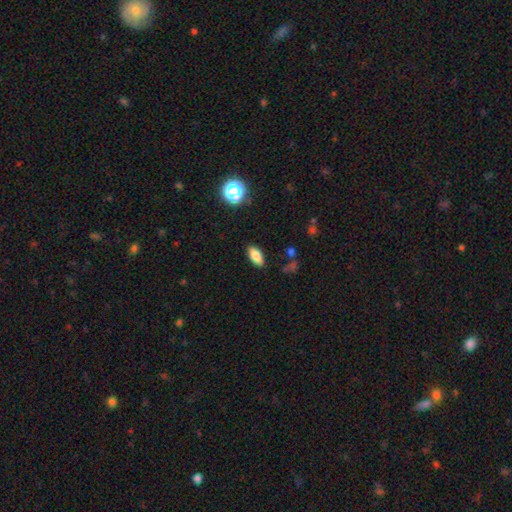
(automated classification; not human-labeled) The model was most divided on "smooth or featured": smooth: 80%, star or artifact: 10%, featured or disk: 10%. More confident: merging — none (86%); how rounded — in between (84%).